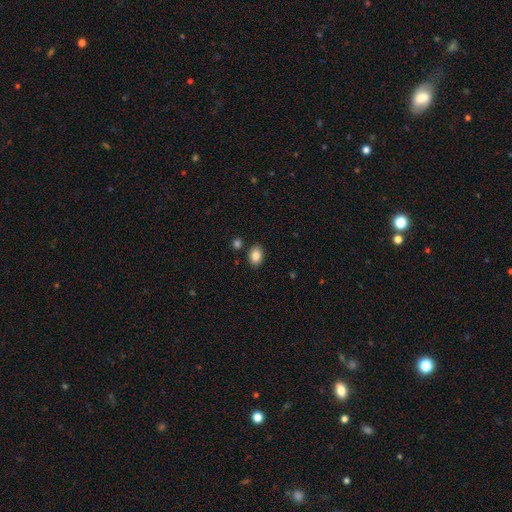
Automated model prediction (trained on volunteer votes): The model was most divided on "how rounded": in between: 76%, round: 23%, cigar-shaped: 1%. More confident: smooth or featured — smooth (86%); merging — none (85%).